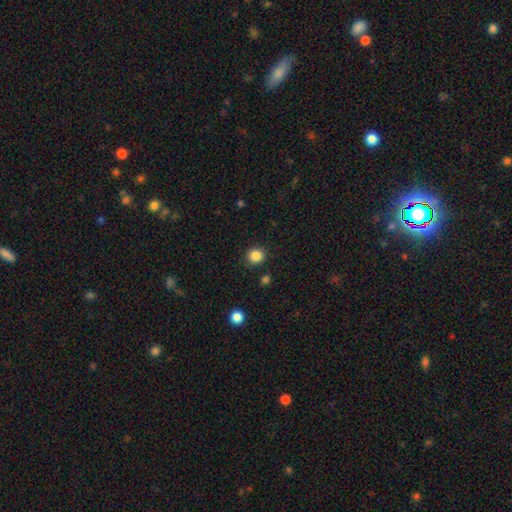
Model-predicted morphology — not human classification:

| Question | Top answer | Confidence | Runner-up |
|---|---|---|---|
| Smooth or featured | smooth | 85% | star or artifact (11%) |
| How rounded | round | 88% | in between (11%) |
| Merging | none | 90% | minor disturbance (6%) |